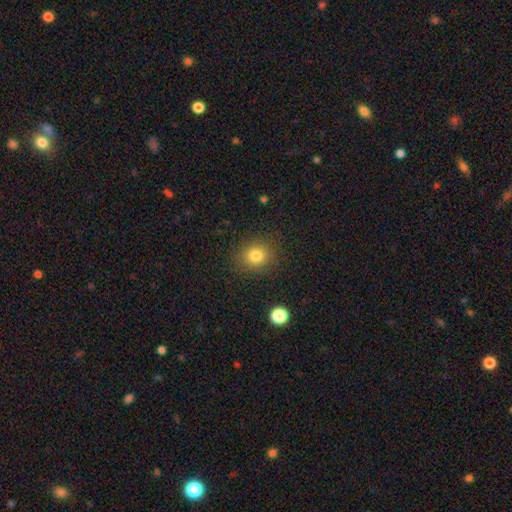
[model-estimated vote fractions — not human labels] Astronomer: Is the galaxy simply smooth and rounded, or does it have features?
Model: smooth — 81%.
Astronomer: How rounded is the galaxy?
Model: round — 75%.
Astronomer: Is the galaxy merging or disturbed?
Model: none — 87%.